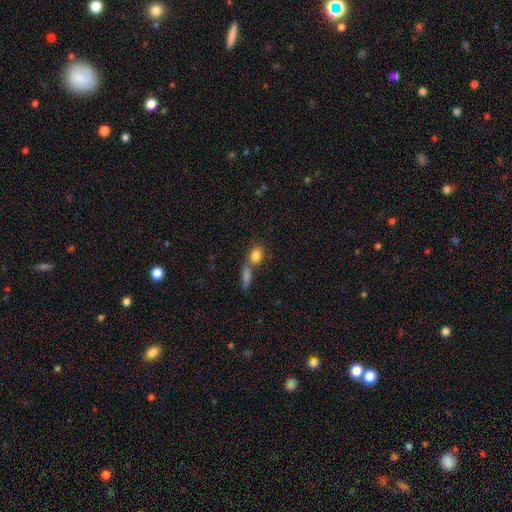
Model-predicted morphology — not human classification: Smooth or featured?
  - smooth: 83% *
  - star or artifact: 9%
  - featured or disk: 8%
How rounded?
  - in between: 55% *
  - round: 40%
  - cigar-shaped: 5%
Merging?
  - merger: 49% *
  - none: 38%
  - minor disturbance: 9%
  - major disturbance: 4%